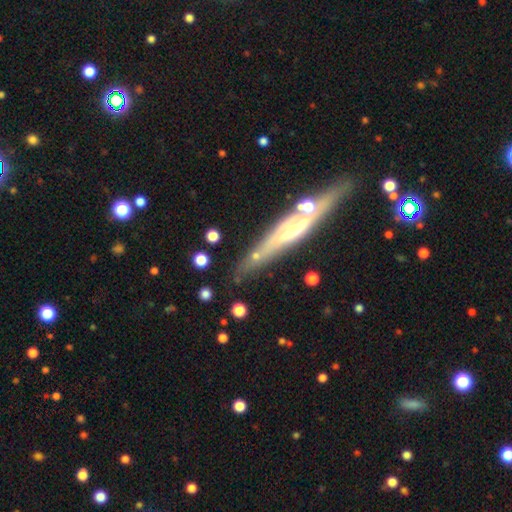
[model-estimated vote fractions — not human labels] Overall: featured or disk (59%; smooth 32%). Edge-on disk: yes (84%). Merging: none (69%).